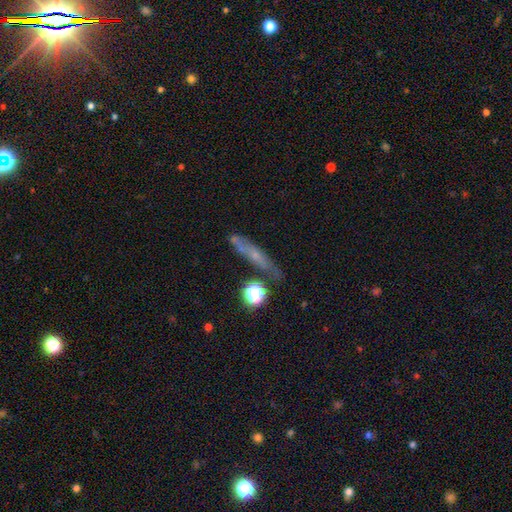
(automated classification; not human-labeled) Overall: smooth (43%; featured or disk 42%). Merging: none (65%).